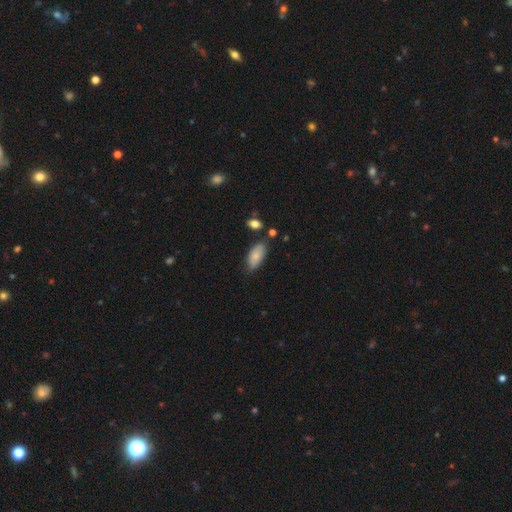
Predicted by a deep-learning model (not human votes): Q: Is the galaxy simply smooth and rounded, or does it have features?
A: smooth — 82%.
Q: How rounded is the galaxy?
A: in between — 90%.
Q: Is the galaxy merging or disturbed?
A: none — 73%.